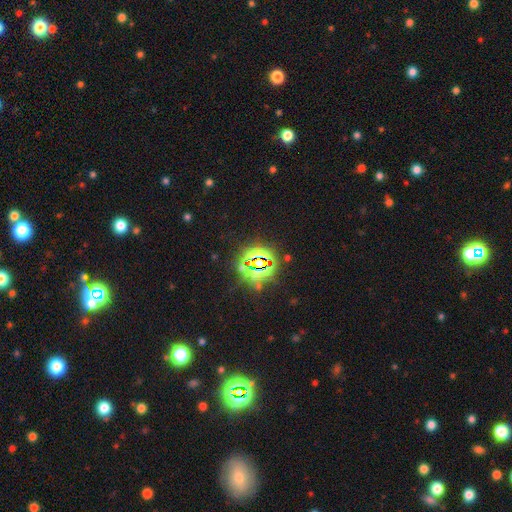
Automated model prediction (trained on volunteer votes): smooth-or-featured: star or artifact: 81% | smooth: 11% | featured or disk: 8%